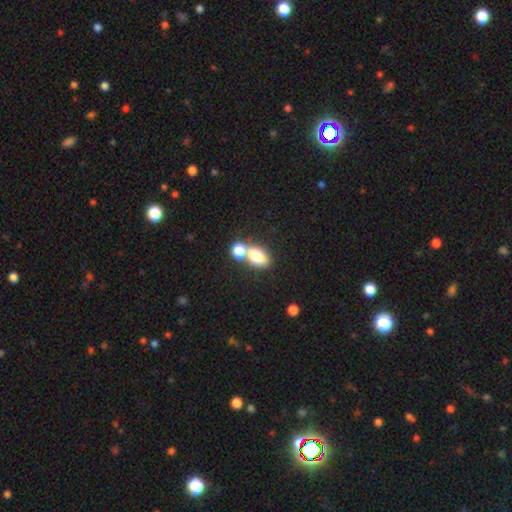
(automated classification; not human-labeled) A smooth galaxy with no disk features (76%) that is in between round and cigar-shaped (80%). Merging: merger (47%).